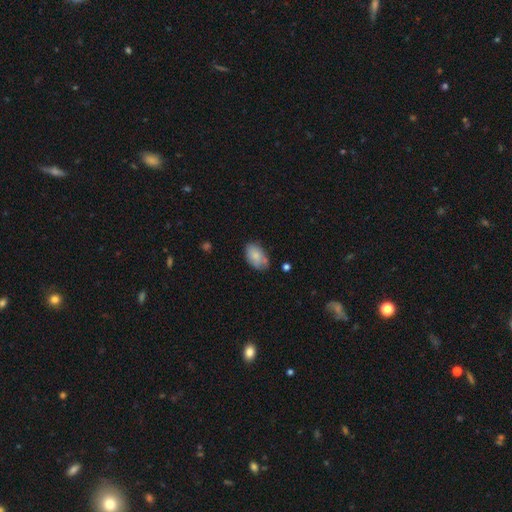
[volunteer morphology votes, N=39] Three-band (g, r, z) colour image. It shows a smooth galaxy with no disk features (87%) that is in between round and cigar-shaped (88%). Merging: none (56%).